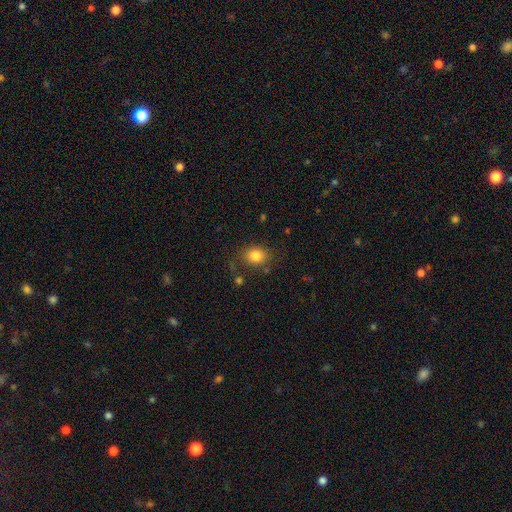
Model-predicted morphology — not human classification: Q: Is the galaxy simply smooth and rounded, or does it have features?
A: smooth — 82%.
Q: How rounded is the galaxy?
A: round — 50%.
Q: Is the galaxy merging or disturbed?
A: none — 77%.